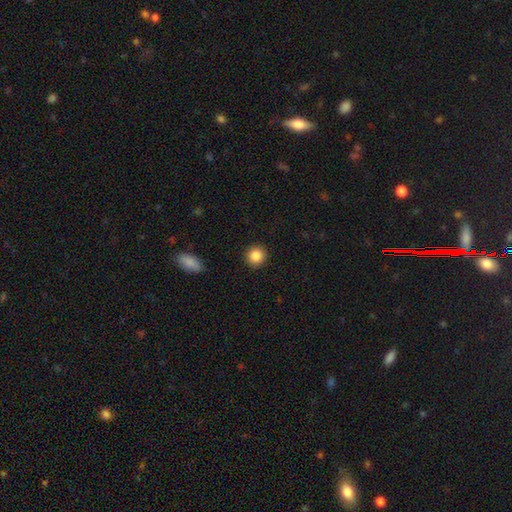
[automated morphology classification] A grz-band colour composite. It shows a smooth galaxy with no disk features (87%) that is round (93%). Merging: none (91%).